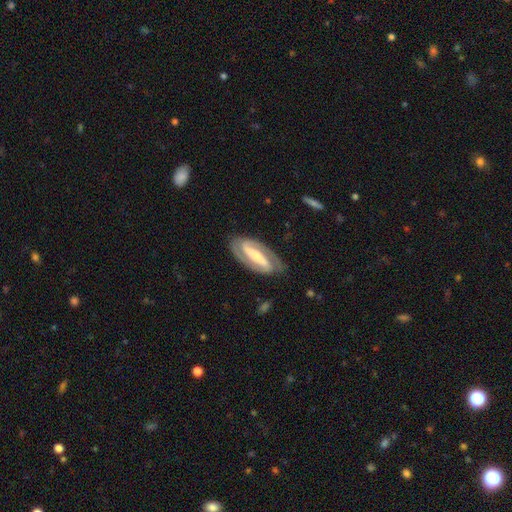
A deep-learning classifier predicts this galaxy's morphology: Smooth or featured? featured or disk (86%)
Edge-on disk? no (93%)
Bar? strong (74%)
Spiral arms? yes (94%)
Spiral winding? medium (44%)
Spiral arm count? 2 (92%)
Bulge size? small (47%)
Merging? none (82%)